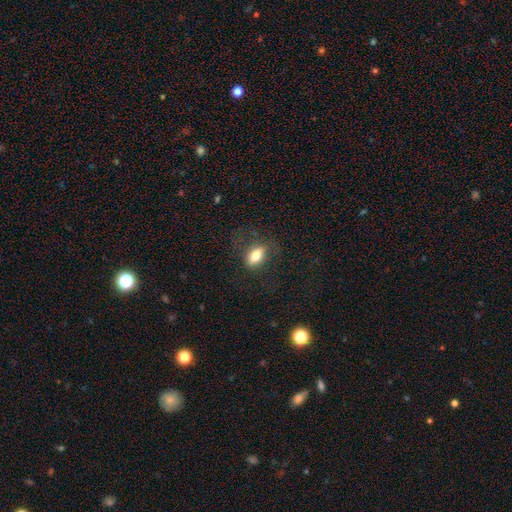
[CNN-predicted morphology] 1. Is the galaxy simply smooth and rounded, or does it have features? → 75% smooth, 16% featured or disk, 9% star or artifact.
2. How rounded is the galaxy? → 85% in between, 9% round, 5% cigar-shaped.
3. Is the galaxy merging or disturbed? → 74% none, 16% minor disturbance, 9% major disturbance, 1% merger.